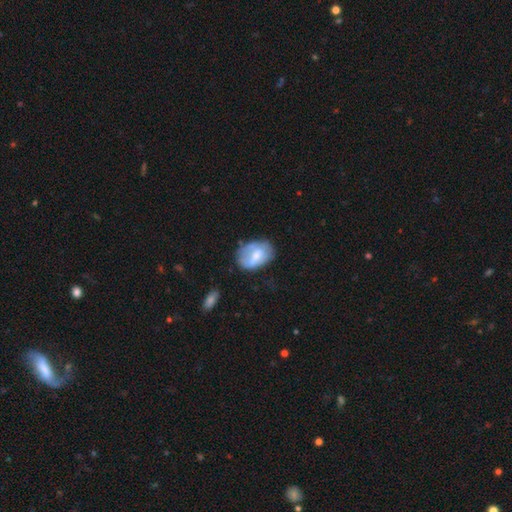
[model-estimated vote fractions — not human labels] Smooth or featured? Predicted: smooth (p=0.56). How rounded? Predicted: in between (p=0.80). Merging? Predicted: none (p=0.53).